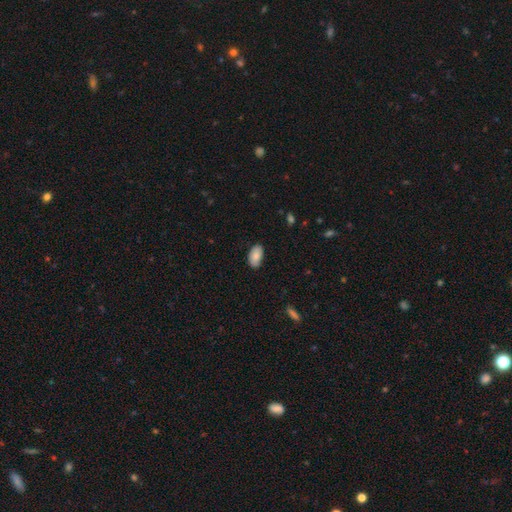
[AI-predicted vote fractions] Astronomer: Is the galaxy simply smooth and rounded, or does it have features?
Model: smooth — 84%.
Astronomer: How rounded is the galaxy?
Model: in between — 95%.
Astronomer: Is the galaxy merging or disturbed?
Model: none — 81%.